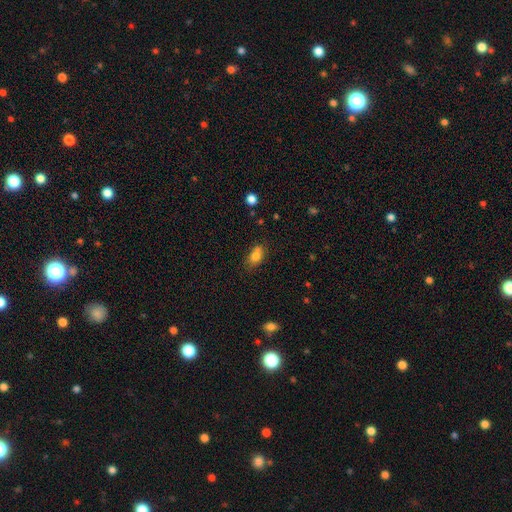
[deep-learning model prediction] smooth-or-featured: smooth: 77% | featured or disk: 12% | star or artifact: 11%
  how-rounded: in between: 76% | round: 20% | cigar-shaped: 4%
  merging: none: 53% | minor disturbance: 21% | merger: 20% | major disturbance: 6%